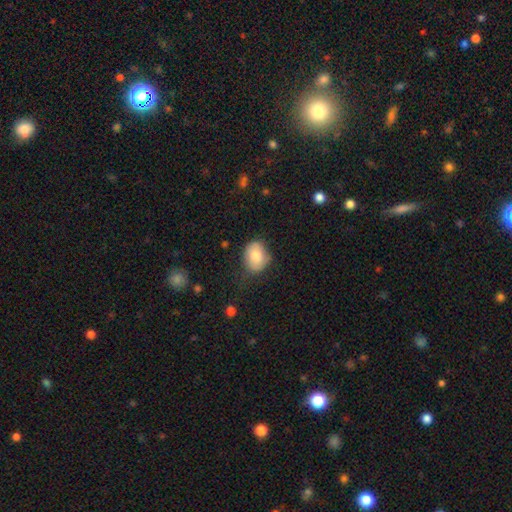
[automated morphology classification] smooth 79%, featured or disk 13%, star or artifact 7%. Down the decision tree: how rounded — in between (63%); merging — none (60%).